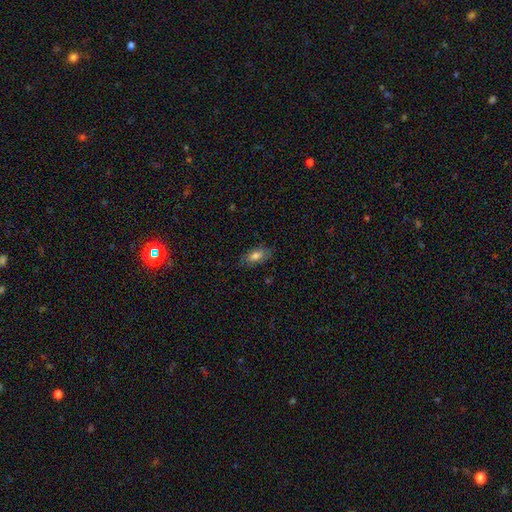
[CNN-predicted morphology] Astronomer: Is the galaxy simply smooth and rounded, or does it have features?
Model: smooth — 68%.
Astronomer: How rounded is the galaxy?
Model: in between — 87%.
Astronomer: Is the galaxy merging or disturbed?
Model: none — 77%.